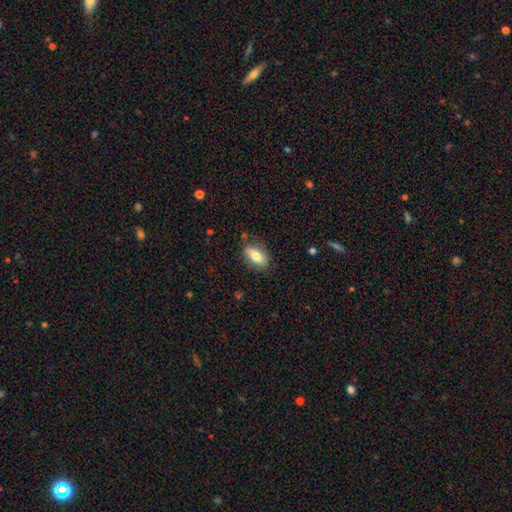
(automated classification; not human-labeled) Smooth or featured? smooth (72%)
How rounded? in between (85%)
Merging? none (80%)